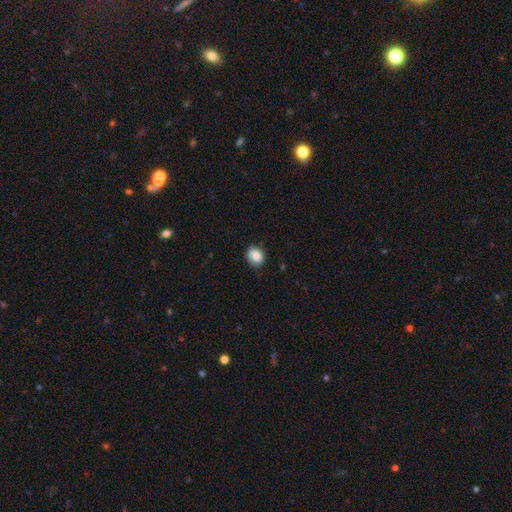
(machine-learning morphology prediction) smooth_or_featured: smooth (p=0.82) [alt: featured or disk p=0.09]
how_rounded: in between (p=0.51) [alt: round p=0.48]
merging: none (p=0.76) [alt: minor disturbance p=0.19]